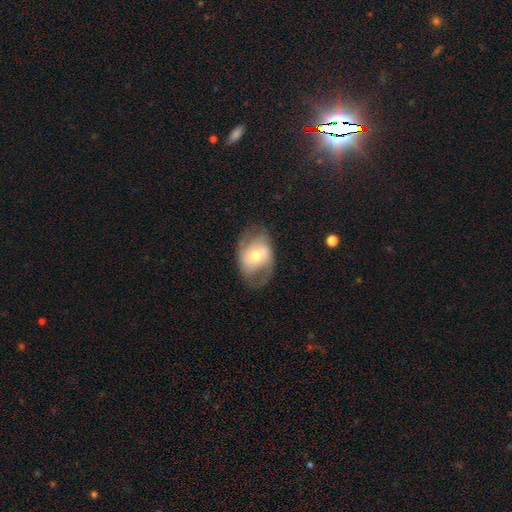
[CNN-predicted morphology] type=featured or disk (58%); edge-on=no (94%); bar=no (43%); spiral arms=yes (68%); bulge=moderate (64%); merging=none (63%).